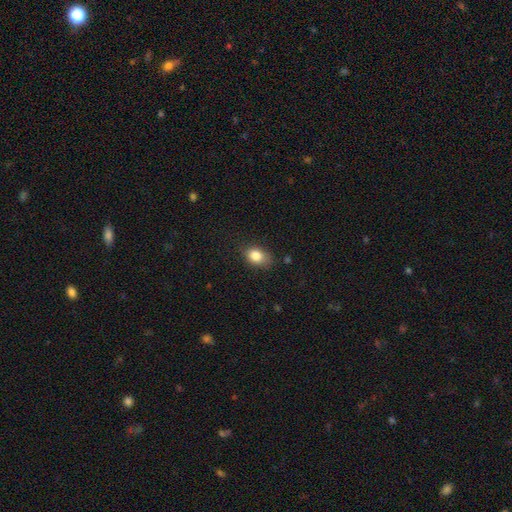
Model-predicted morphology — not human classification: Overall: smooth (84%). How rounded: in between (71%). Merging: none (73%).